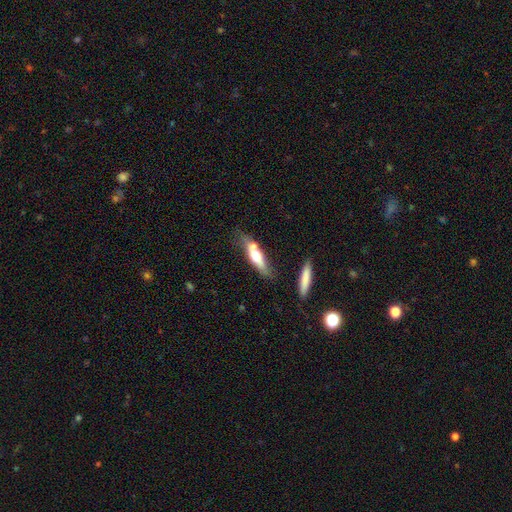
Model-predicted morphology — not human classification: Q: Smooth or featured?
A: smooth (52%); runner-up: featured or disk (42%)
Q: How rounded?
A: cigar-shaped (65%); runner-up: in between (33%)
Q: Merging?
A: none (57%); runner-up: merger (20%)